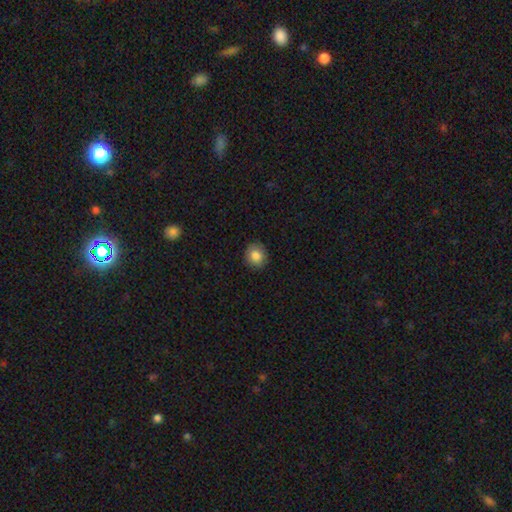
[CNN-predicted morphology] smooth 85%, star or artifact 9%, featured or disk 6%. Down the decision tree: how rounded — round (83%); merging — none (90%).